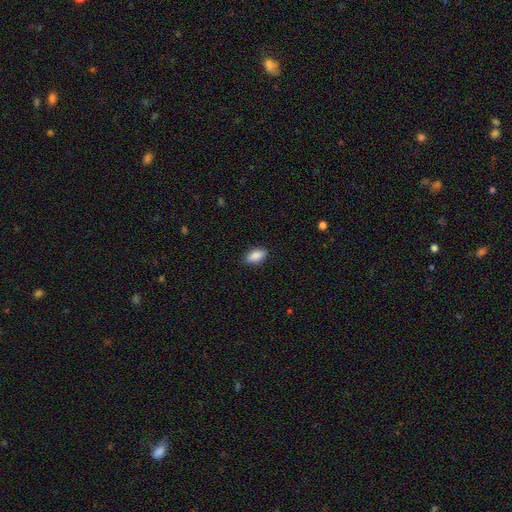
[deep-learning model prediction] smooth-or-featured: smooth: 88% | star or artifact: 7% | featured or disk: 5%
  how-rounded: in between: 91% | cigar-shaped: 5% | round: 4%
  merging: none: 87% | minor disturbance: 10% | major disturbance: 2% | merger: 1%